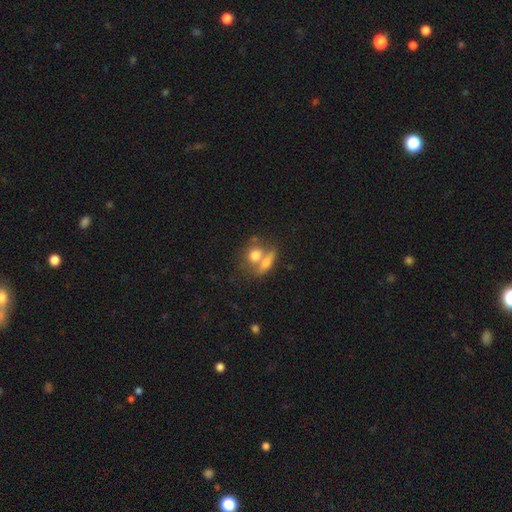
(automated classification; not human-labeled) smooth 73%, featured or disk 19%, star or artifact 9%. Down the decision tree: how rounded — in between (50%); merging — merger (55%).